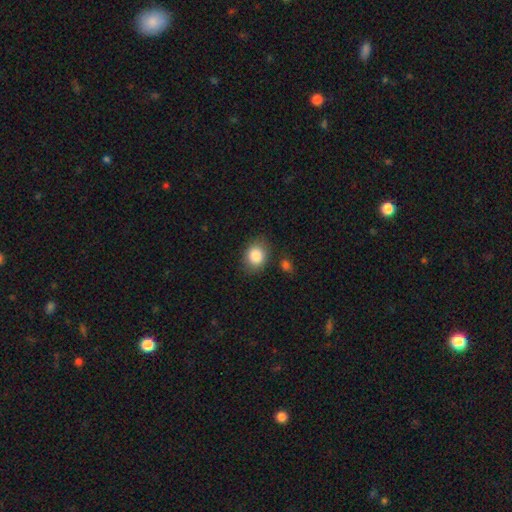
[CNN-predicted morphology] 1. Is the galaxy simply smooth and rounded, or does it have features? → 85% smooth, 8% star or artifact, 6% featured or disk.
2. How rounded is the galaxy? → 50% in between, 49% round, 1% cigar-shaped.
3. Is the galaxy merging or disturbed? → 79% none, 13% minor disturbance, 4% merger, 4% major disturbance.